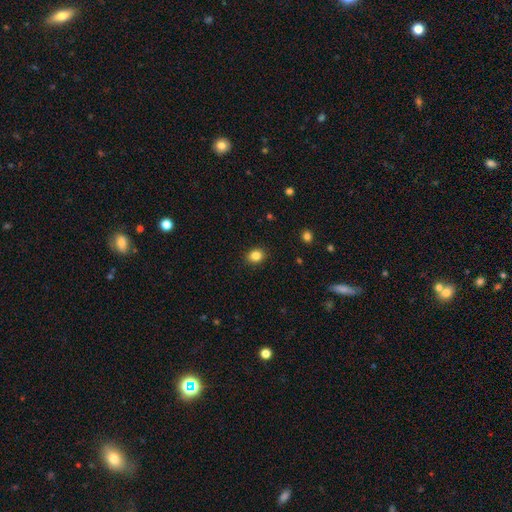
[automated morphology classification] smooth_or_featured: smooth (p=0.84) [alt: star or artifact p=0.11]
how_rounded: round (p=0.58) [alt: in between p=0.41]
merging: none (p=0.90) [alt: minor disturbance p=0.07]